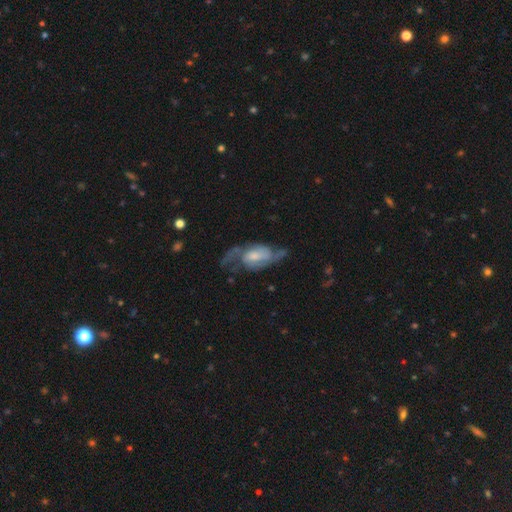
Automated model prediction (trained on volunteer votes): A featured or disk galaxy (78%) with no bar (48%), 2 (72%) medium (44%) spiral arms (90%) and a moderate central bulge (41%). Merging: none (48%).